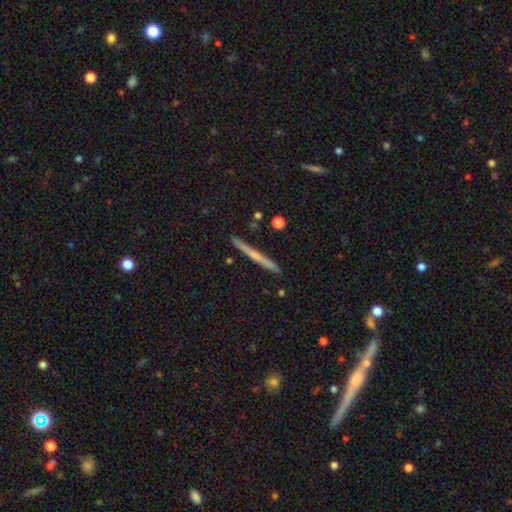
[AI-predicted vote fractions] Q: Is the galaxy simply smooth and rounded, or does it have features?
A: smooth — 50%.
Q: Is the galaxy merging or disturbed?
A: none — 90%.